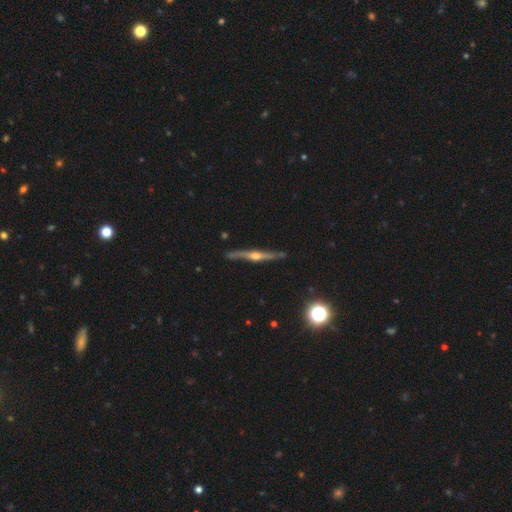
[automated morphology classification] A featured or disk galaxy (82%) viewed edge-on (96%) with a rounded central bulge (91%).

Vote fractions:
- Smooth or featured? featured or disk: 82% / smooth: 12% / star or artifact: 6%
- Edge-on disk? yes: 96% / no: 4%
- Edge-on bulge? rounded: 91% / none: 5% / boxy: 4%
- Merging? none: 84% / minor disturbance: 12% / major disturbance: 2% / merger: 2%